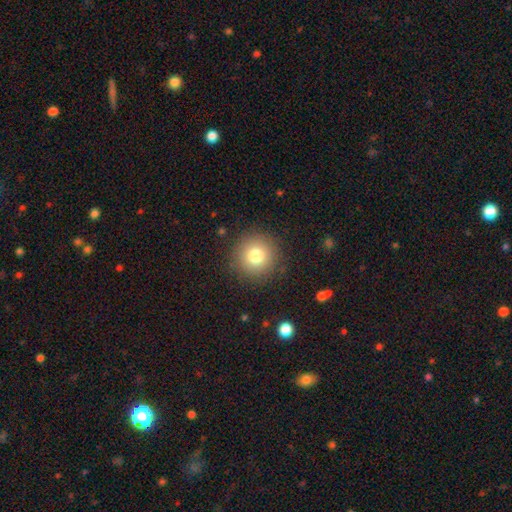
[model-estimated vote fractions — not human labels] Smooth or featured? smooth (78%)
How rounded? round (95%)
Merging? none (89%)